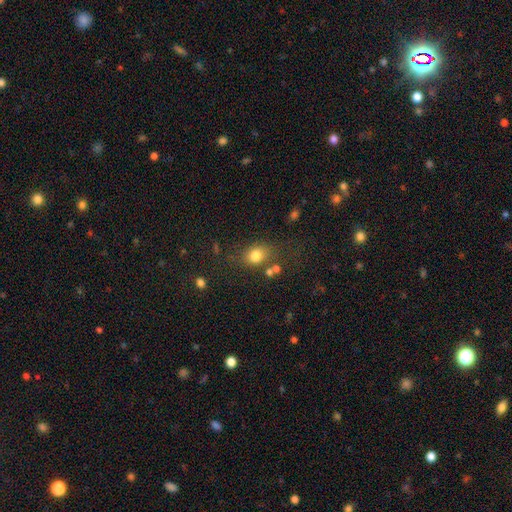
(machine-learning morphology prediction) This is likely a smooth galaxy (78%). How rounded: possibly in between (51%). Merging: likely none (65%).